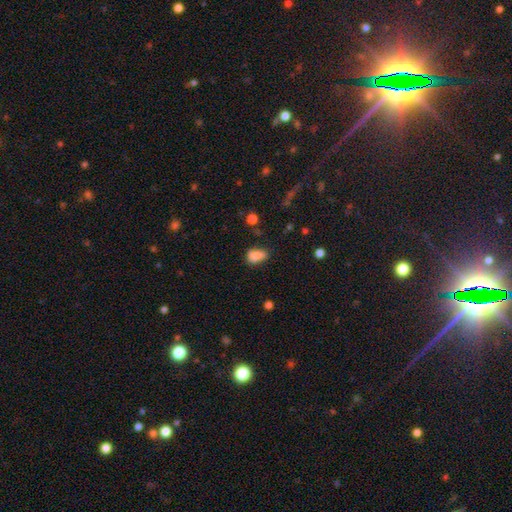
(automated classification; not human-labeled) Smooth or featured?
  - smooth: 82% *
  - star or artifact: 10%
  - featured or disk: 7%
How rounded?
  - in between: 83% *
  - round: 14%
  - cigar-shaped: 3%
Merging?
  - none: 47% *
  - minor disturbance: 35%
  - major disturbance: 11%
  - merger: 6%